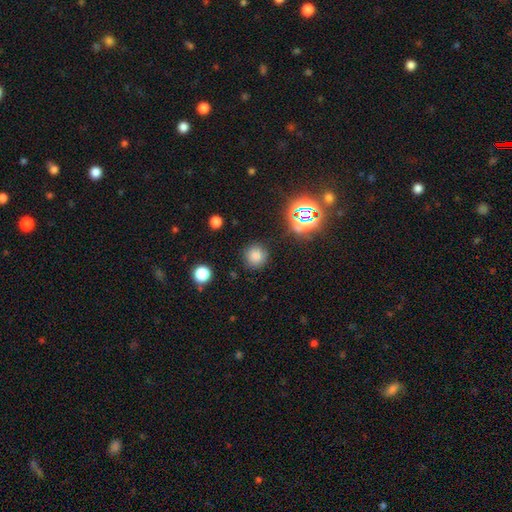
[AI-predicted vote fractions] smooth_or_featured: smooth (p=0.77) [alt: star or artifact p=0.18]
how_rounded: round (p=0.94) [alt: in between p=0.05]
merging: none (p=0.87) [alt: minor disturbance p=0.08]